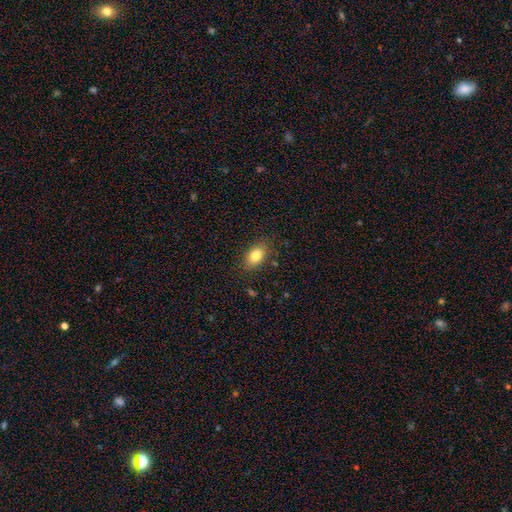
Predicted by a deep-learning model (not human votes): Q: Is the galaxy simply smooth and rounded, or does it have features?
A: smooth — 82%.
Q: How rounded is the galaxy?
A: in between — 84%.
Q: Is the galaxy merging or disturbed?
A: none — 83%.